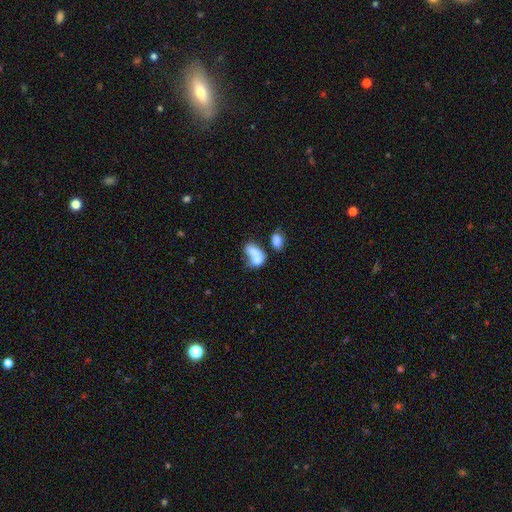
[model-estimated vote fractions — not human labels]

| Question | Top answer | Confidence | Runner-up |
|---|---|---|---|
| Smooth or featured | smooth | 70% | featured or disk (21%) |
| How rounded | in between | 79% | round (17%) |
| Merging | merger | 69% | none (15%) |